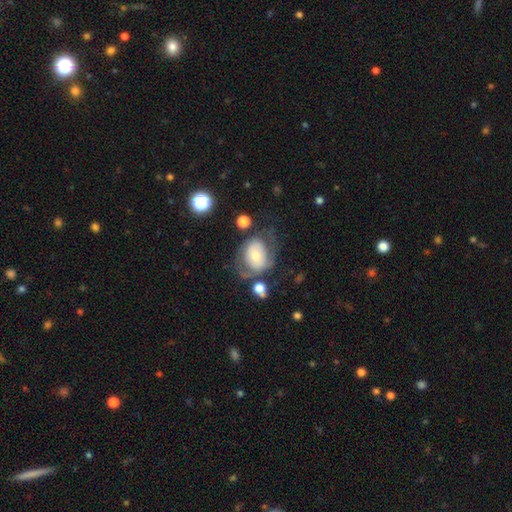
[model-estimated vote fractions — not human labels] The model was most divided on "merging": none: 36%, major disturbance: 32%, minor disturbance: 24%, merger: 9%. Remaining: smooth or featured — featured or disk (49%).